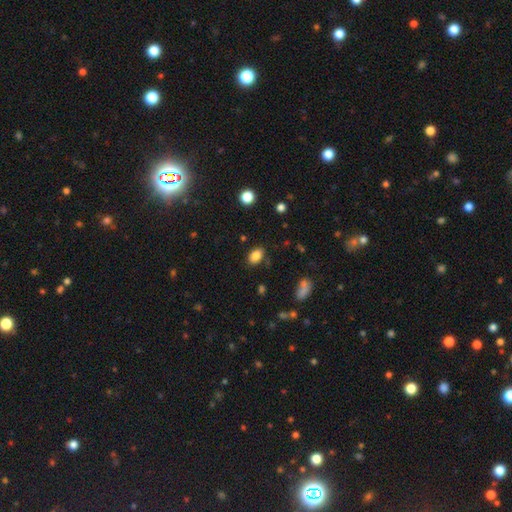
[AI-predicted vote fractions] Smooth or featured: smooth — 85% (star or artifact — 10%)
How rounded: in between — 85% (round — 13%)
Merging: none — 82% (minor disturbance — 12%)